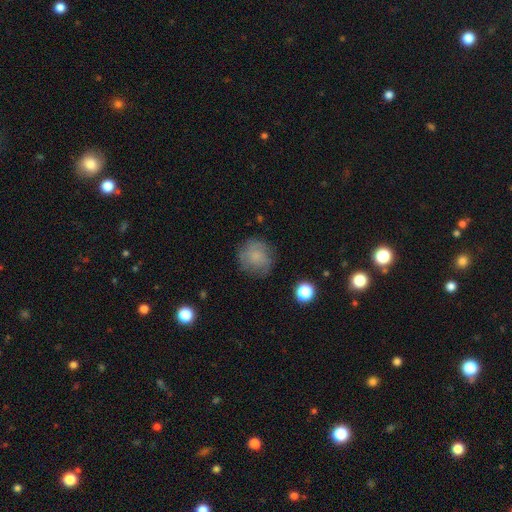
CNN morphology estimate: type=smooth (70%); roundness=round (88%); merging=none (72%).